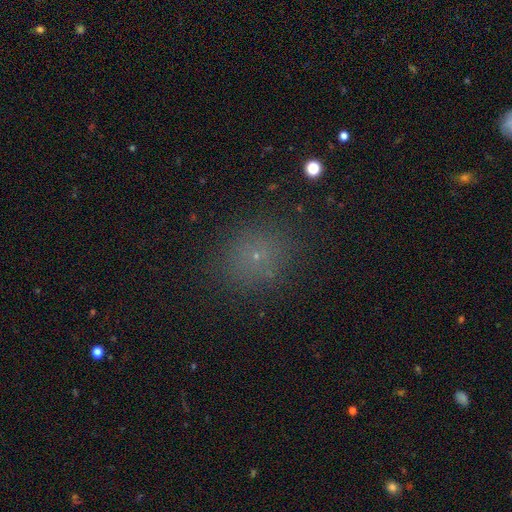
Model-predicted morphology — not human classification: A smooth galaxy with no disk features (65%) that is round (83%).

Vote fractions:
- Smooth or featured? smooth: 65% / star or artifact: 27% / featured or disk: 8%
- How rounded? round: 83% / in between: 16% / cigar-shaped: 1%
- Merging? none: 87% / minor disturbance: 8% / major disturbance: 3% / merger: 2%